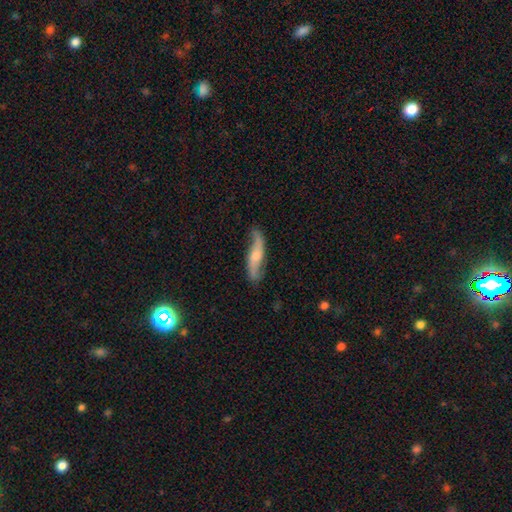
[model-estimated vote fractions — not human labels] smooth-or-featured: featured or disk: 67% | smooth: 27% | star or artifact: 6%
  disk-edge-on: no: 66% | yes: 34%
  merging: none: 73% | minor disturbance: 19% | major disturbance: 6% | merger: 2%